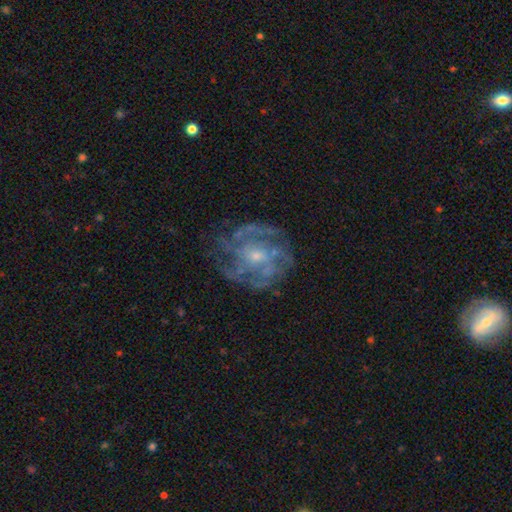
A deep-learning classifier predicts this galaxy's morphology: smooth-or-featured: featured or disk: 82% | smooth: 10% | star or artifact: 8%
  disk-edge-on: no: 98% | yes: 2%
    bar: no: 71% | weak: 25% | strong: 4%
    has-spiral-arms: yes: 84% | no: 16%
      spiral-winding: tight: 49% | medium: 37% | loose: 13%
      spiral-arm-count: can't tell: 36% | 4: 22% | 3: 17% | 2: 10% | more than 4: 9% | 1: 6%
    bulge-size: small: 62% | moderate: 31% | none: 4% | large: 2% | dominant: 1%
  merging: none: 68% | minor disturbance: 17% | major disturbance: 13% | merger: 2%